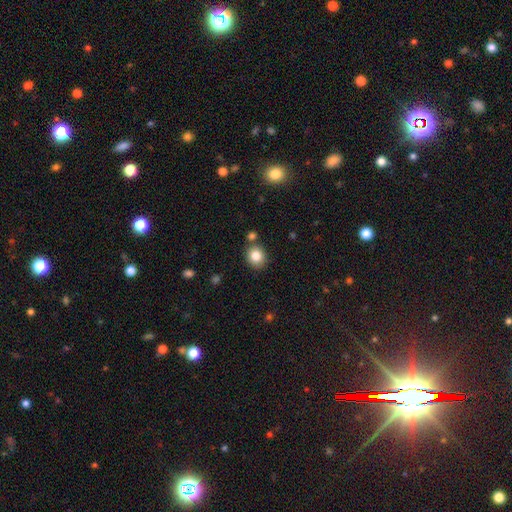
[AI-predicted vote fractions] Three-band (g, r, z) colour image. It shows a smooth galaxy with no disk features (83%) that is round (73%). Merging: none (78%).